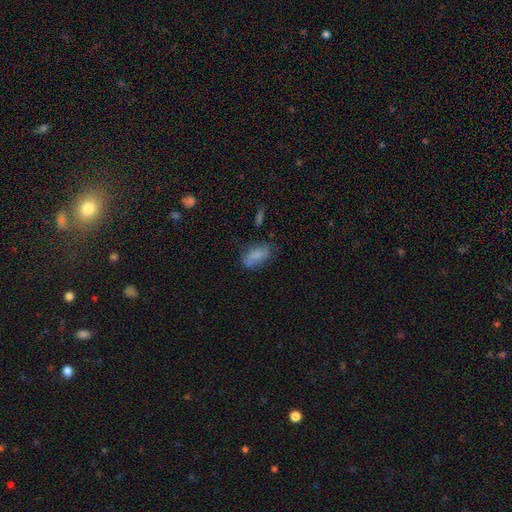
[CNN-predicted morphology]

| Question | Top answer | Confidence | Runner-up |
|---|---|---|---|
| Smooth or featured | smooth | 77% | featured or disk (14%) |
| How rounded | in between | 87% | cigar-shaped (9%) |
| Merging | none | 62% | minor disturbance (26%) |